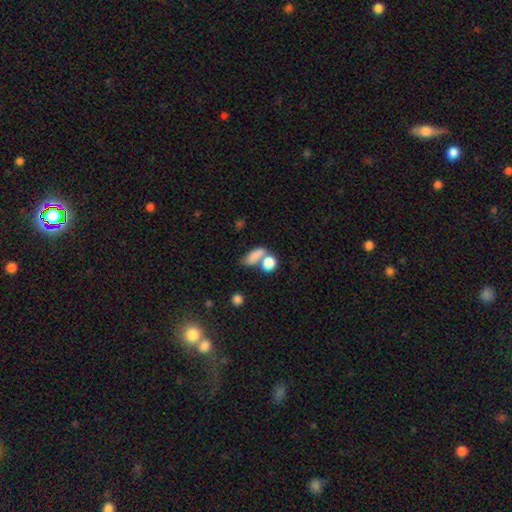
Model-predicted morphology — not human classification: Smooth or featured? Predicted: smooth (p=0.79). How rounded? Predicted: in between (p=0.65). Merging? Predicted: merger (p=0.40, tied with none).